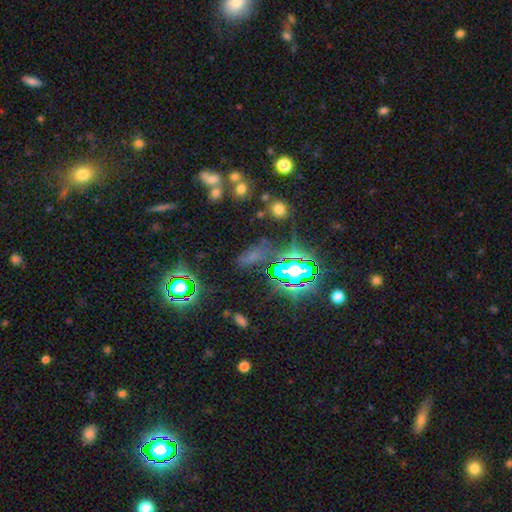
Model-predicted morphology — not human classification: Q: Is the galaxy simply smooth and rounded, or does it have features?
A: star or artifact — 65%.